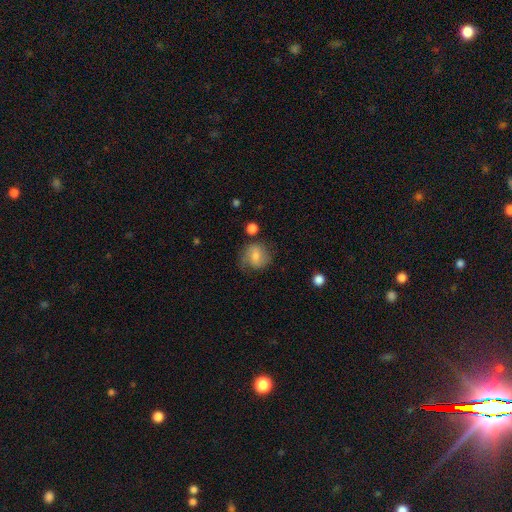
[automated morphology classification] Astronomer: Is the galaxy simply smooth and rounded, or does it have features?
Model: smooth — 57% (runner-up: featured or disk, 34%).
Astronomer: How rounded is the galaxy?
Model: round — 74%.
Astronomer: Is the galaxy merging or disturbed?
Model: none — 61%.